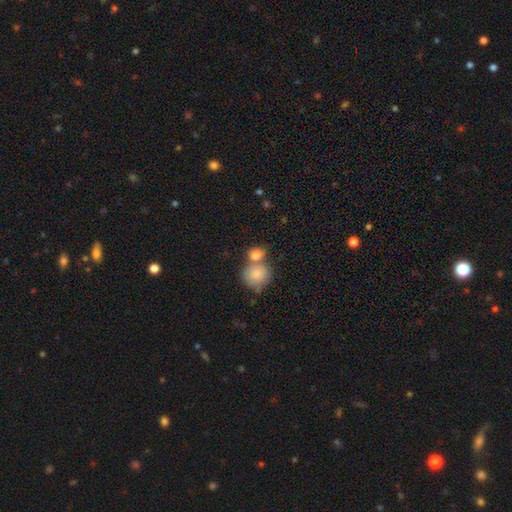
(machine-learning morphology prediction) type=smooth (65%); roundness=round (86%); merging=none (57%).